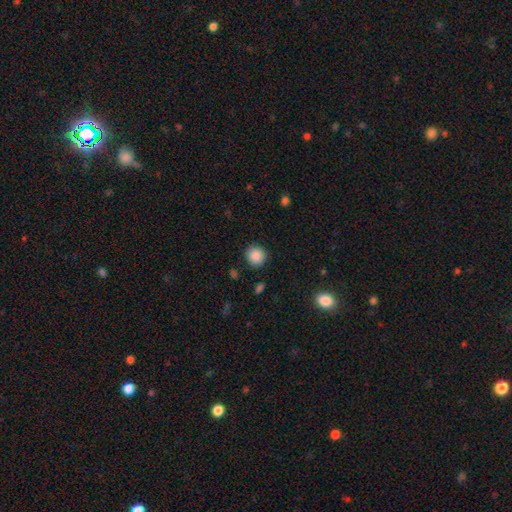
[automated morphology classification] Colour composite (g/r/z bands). It shows a smooth galaxy with no disk features (88%) that is round (92%). Merging: none (89%).